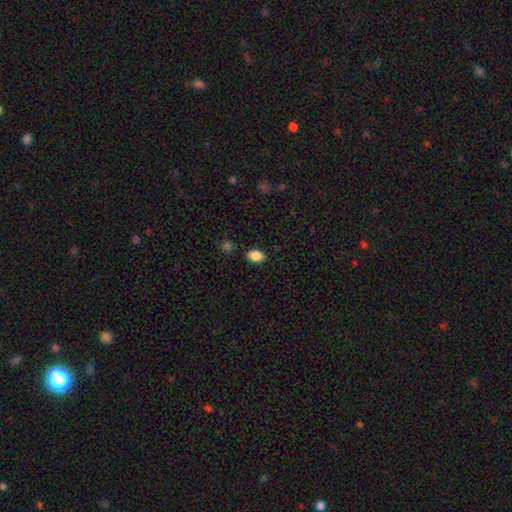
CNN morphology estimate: Smooth or featured?
  - smooth: 88% *
  - star or artifact: 9%
  - featured or disk: 3%
How rounded?
  - in between: 84% *
  - round: 15%
  - cigar-shaped: 1%
Merging?
  - none: 86% *
  - minor disturbance: 9%
  - major disturbance: 2%
  - merger: 2%